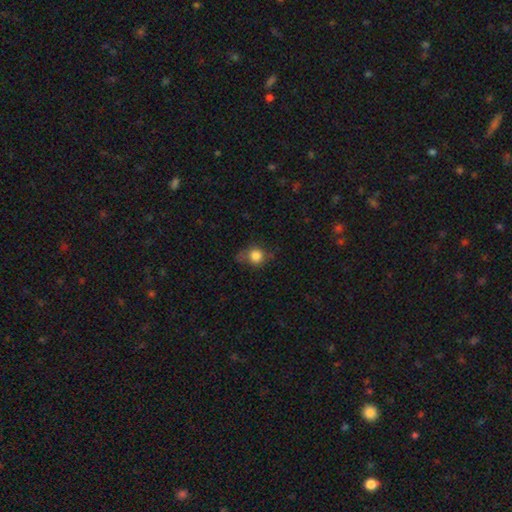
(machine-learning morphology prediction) smooth_or_featured: smooth (p=0.81) [alt: star or artifact p=0.11]
how_rounded: round (p=0.80) [alt: in between p=0.19]
merging: none (p=0.56) [alt: minor disturbance p=0.29]